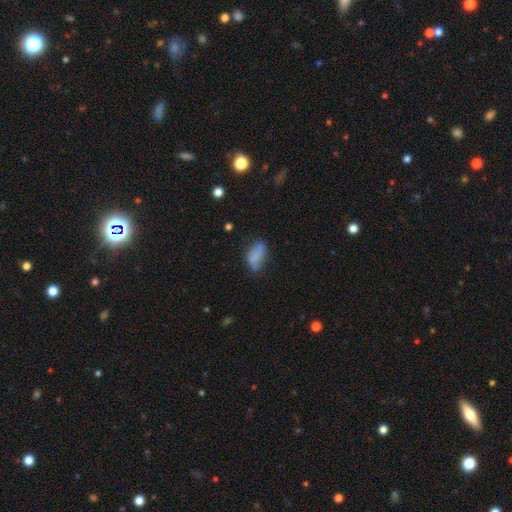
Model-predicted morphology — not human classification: This is likely a smooth galaxy (73%). How rounded: clearly in between (87%). Merging: possibly none (52%).